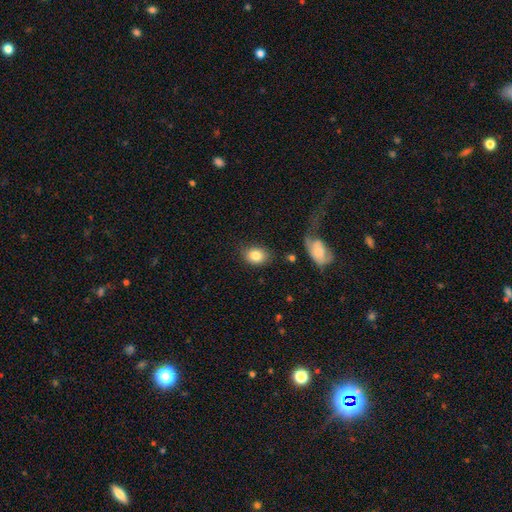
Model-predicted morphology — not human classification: Smooth or featured? smooth (83%)
How rounded? in between (63%)
Merging? none (76%)